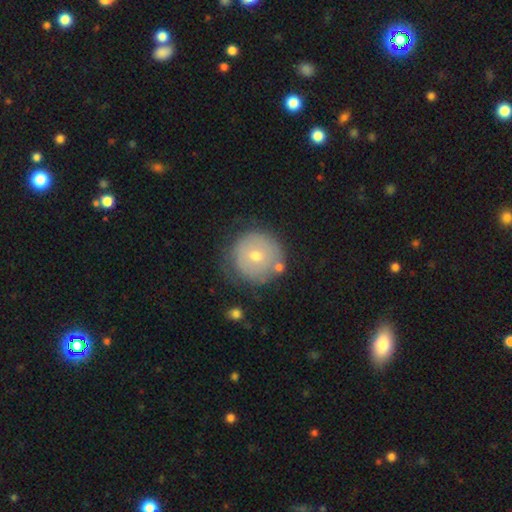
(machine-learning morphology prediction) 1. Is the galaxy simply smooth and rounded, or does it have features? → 58% smooth, 33% featured or disk, 8% star or artifact.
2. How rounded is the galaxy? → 95% round, 4% in between, 1% cigar-shaped.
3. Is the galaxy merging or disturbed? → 72% none, 17% minor disturbance, 6% major disturbance, 5% merger.